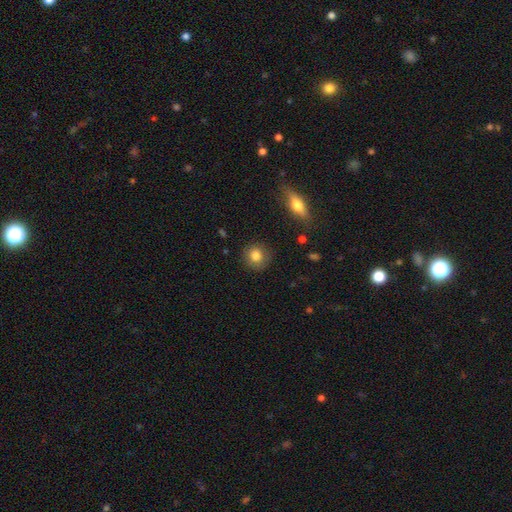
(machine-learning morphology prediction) Smooth or featured? Predicted: smooth (p=0.81). How rounded? Predicted: round (p=0.89). Merging? Predicted: none (p=0.87).